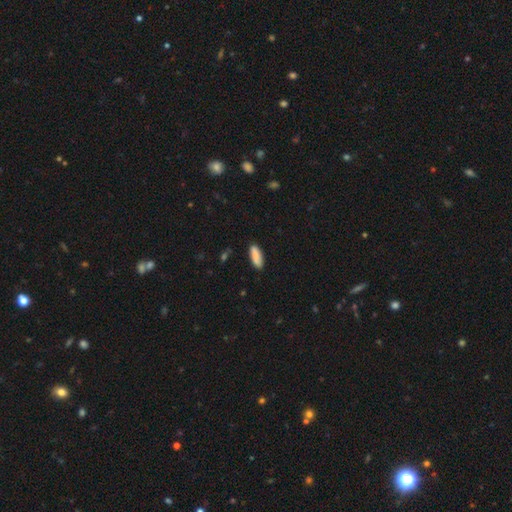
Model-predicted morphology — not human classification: A smooth galaxy with no disk features (82%) that is in between round and cigar-shaped (70%).

Vote fractions:
- Smooth or featured? smooth: 82% / featured or disk: 12% / star or artifact: 6%
- How rounded? in between: 70% / cigar-shaped: 29% / round: 2%
- Merging? none: 83% / minor disturbance: 13% / major disturbance: 2% / merger: 2%